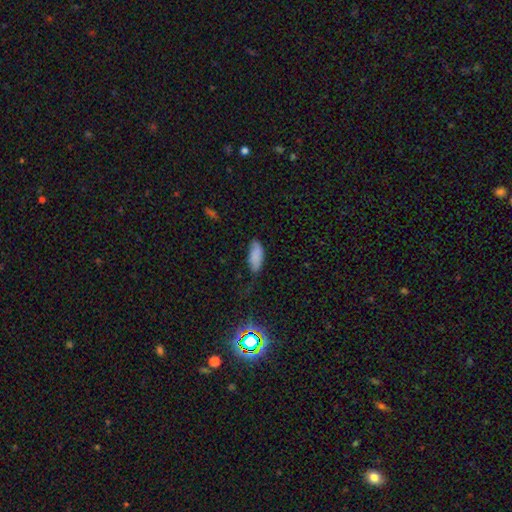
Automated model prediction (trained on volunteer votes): Q: Smooth or featured?
A: smooth (84%); runner-up: star or artifact (8%)
Q: How rounded?
A: in between (85%); runner-up: cigar-shaped (13%)
Q: Merging?
A: none (57%); runner-up: minor disturbance (33%)